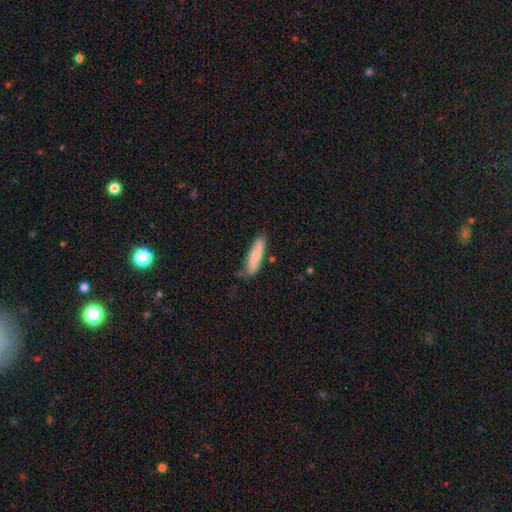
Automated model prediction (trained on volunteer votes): smooth_or_featured: smooth (p=0.69) [alt: featured or disk p=0.26]
how_rounded: cigar-shaped (p=0.69) [alt: in between p=0.29]
merging: none (p=0.73) [alt: minor disturbance p=0.20]